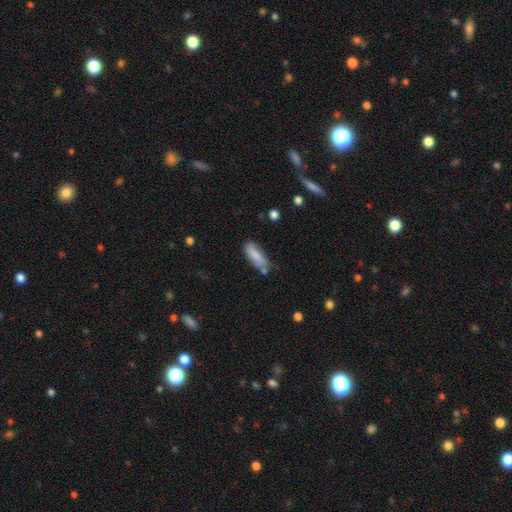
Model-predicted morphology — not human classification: This is clearly a smooth galaxy (82%). How rounded: likely in between (61%). Merging: possibly none (55%).